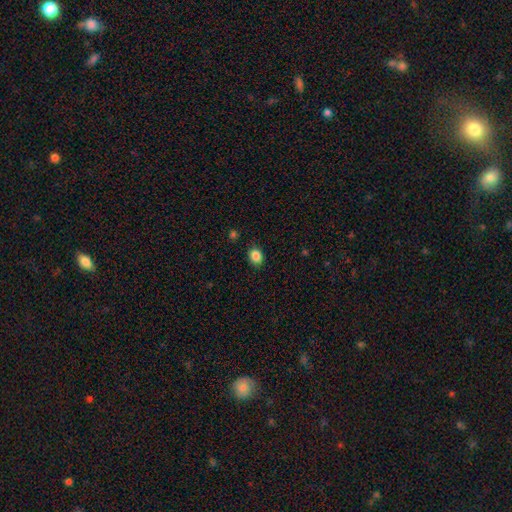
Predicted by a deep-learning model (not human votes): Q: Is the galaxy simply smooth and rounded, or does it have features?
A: smooth — 86%.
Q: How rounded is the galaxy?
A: in between — 53%.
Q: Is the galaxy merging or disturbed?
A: none — 86%.